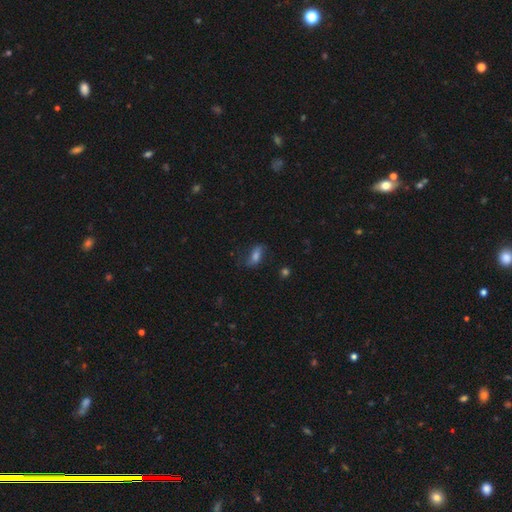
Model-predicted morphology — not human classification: This appears to be a smooth galaxy with no disk features (65%) that is in between round and cigar-shaped (76%). Merging: none (61%).